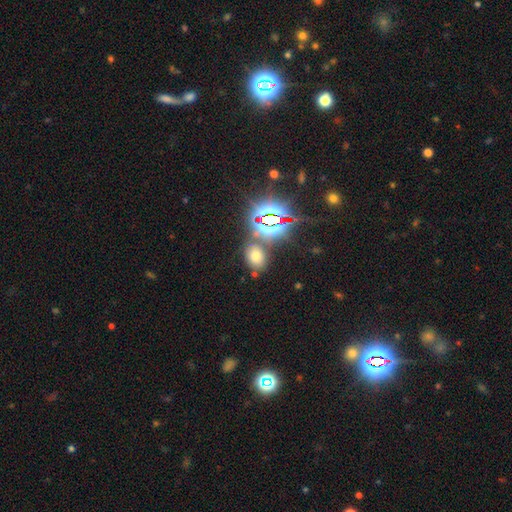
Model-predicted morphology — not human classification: smooth_or_featured: smooth (p=0.58) [alt: star or artifact p=0.33]
how_rounded: in between (p=0.71) [alt: round p=0.27]
merging: none (p=0.74) [alt: merger p=0.11]